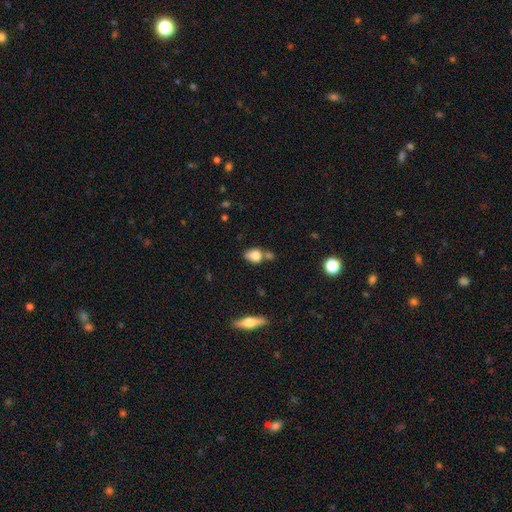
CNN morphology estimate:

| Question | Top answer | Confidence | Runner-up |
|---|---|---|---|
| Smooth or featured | smooth | 80% | featured or disk (11%) |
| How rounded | in between | 64% | round (34%) |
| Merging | none | 49% | merger (29%) |